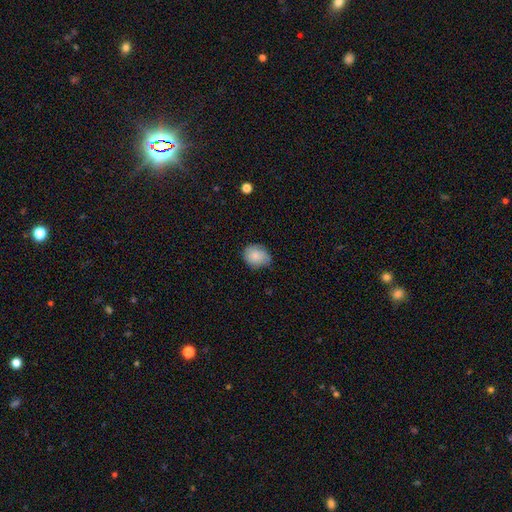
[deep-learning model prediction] Morphology: type=smooth (84%); roundness=round (54%); merging=none (65%).